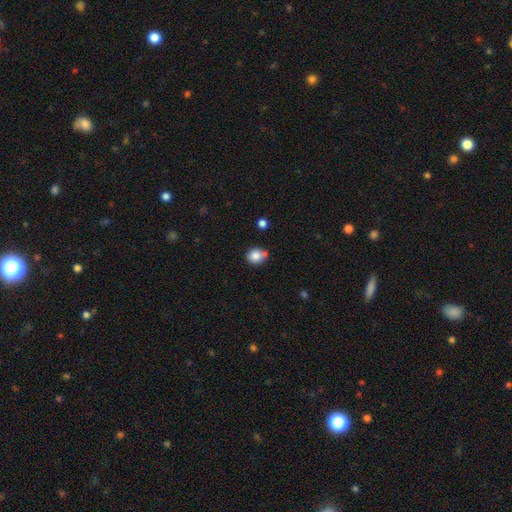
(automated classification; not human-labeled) Smooth or featured? Predicted: smooth (p=0.84). How rounded? Predicted: round (p=0.76). Merging? Predicted: none (p=0.65).